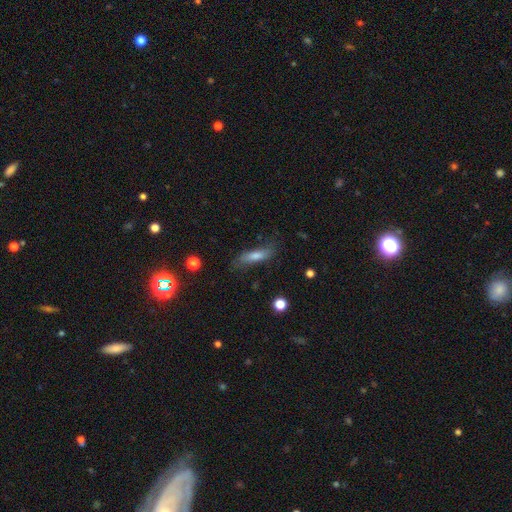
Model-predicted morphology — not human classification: This is likely a smooth galaxy (62%). How rounded: likely cigar-shaped (67%). Merging: likely none (70%).